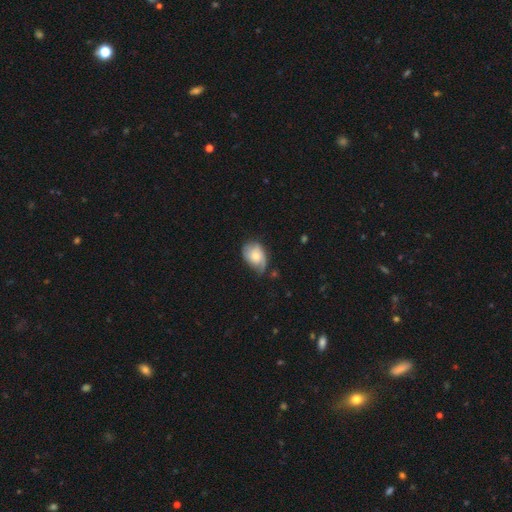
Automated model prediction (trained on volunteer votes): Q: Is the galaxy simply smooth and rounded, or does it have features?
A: smooth — 57%.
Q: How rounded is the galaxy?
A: in between — 77%.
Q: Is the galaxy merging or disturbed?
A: none — 42%.